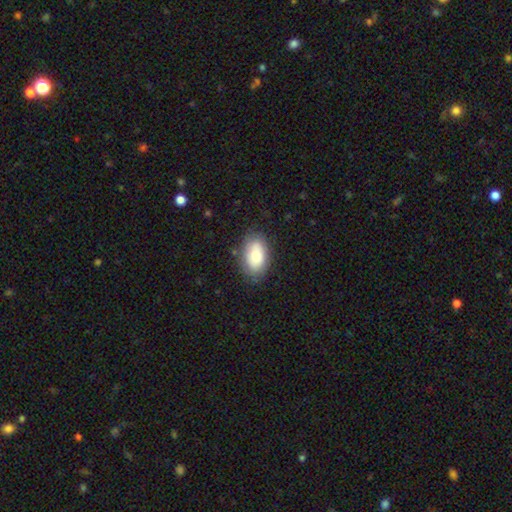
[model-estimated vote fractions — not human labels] smooth_or_featured: smooth (p=0.75) [alt: featured or disk p=0.18]
how_rounded: in between (p=0.93) [alt: round p=0.05]
merging: none (p=0.77) [alt: minor disturbance p=0.17]